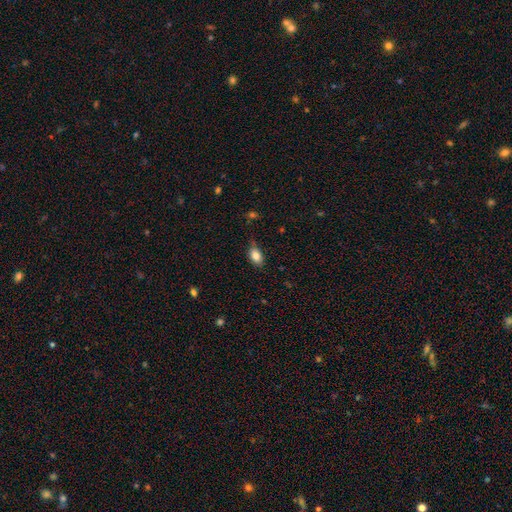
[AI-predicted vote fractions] Morphology: type=smooth (84%); roundness=in between (86%); merging=none (73%).